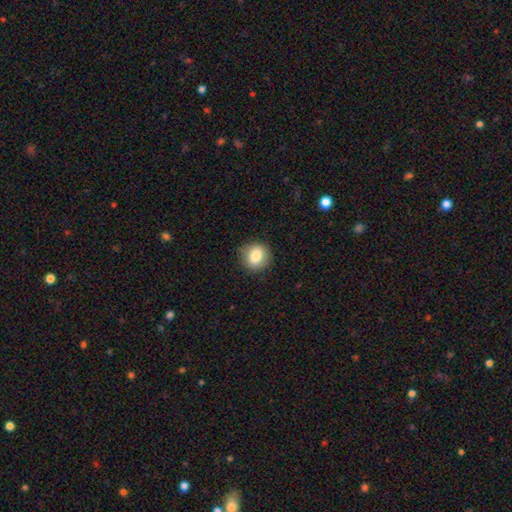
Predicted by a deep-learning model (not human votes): Smooth or featured?
  - smooth: 83% *
  - star or artifact: 9%
  - featured or disk: 8%
How rounded?
  - round: 79% *
  - in between: 20%
  - cigar-shaped: 1%
Merging?
  - none: 83% *
  - minor disturbance: 13%
  - major disturbance: 3%
  - merger: 1%